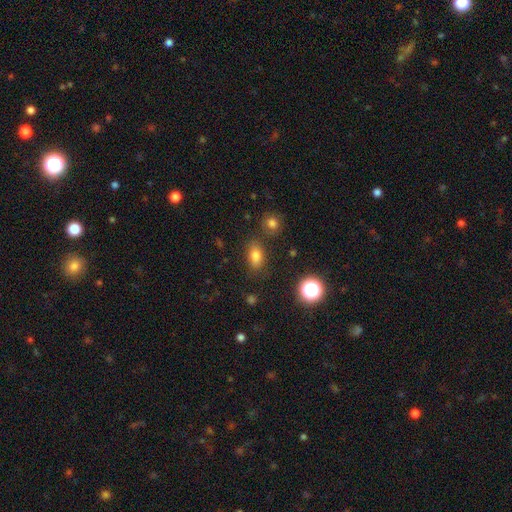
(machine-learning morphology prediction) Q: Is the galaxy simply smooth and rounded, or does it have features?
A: smooth — 79%.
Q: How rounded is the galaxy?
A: in between — 82%.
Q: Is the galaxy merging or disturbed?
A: none — 80%.